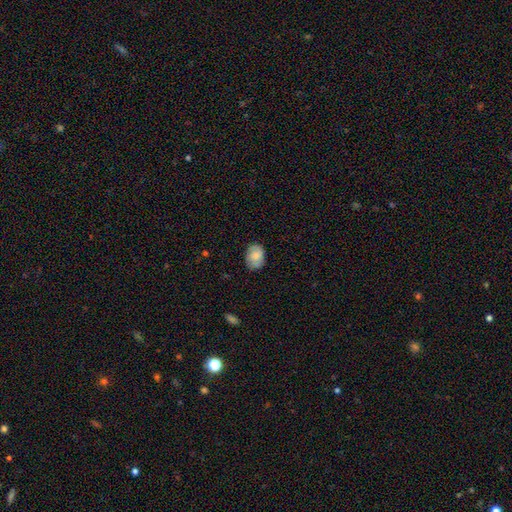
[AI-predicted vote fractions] Smooth or featured? Predicted: smooth (p=0.71). How rounded? Predicted: in between (p=0.69). Merging? Predicted: none (p=0.78).